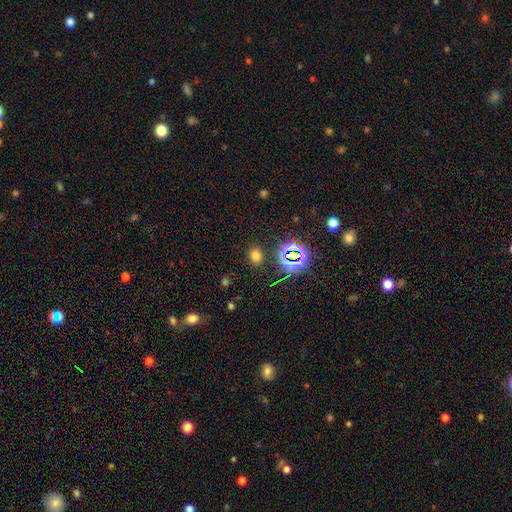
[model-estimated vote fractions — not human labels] smooth 66%, star or artifact 27%, featured or disk 7%. Down the decision tree: how rounded — in between (50%); merging — none (86%).